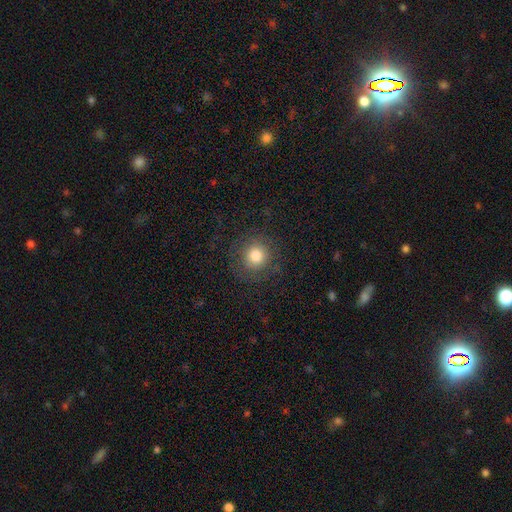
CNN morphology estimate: This appears to be a smooth galaxy with no disk features (78%) that is round (93%). Merging: none (84%).